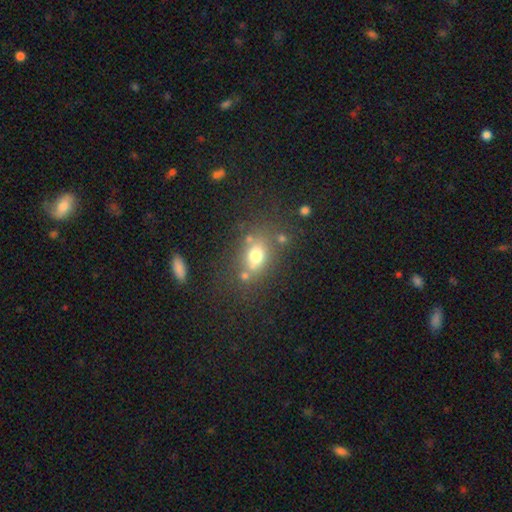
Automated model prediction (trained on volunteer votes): Q: Smooth or featured?
A: smooth (67%); runner-up: featured or disk (16%)
Q: How rounded?
A: in between (60%); runner-up: round (37%)
Q: Merging?
A: none (61%); runner-up: merger (16%)